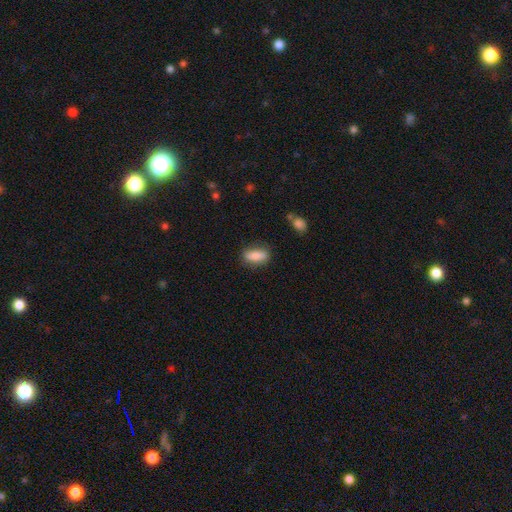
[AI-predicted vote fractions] smooth_or_featured: smooth (p=0.85) [alt: featured or disk p=0.08]
how_rounded: in between (p=0.76) [alt: cigar-shaped p=0.21]
merging: none (p=0.80) [alt: minor disturbance p=0.14]